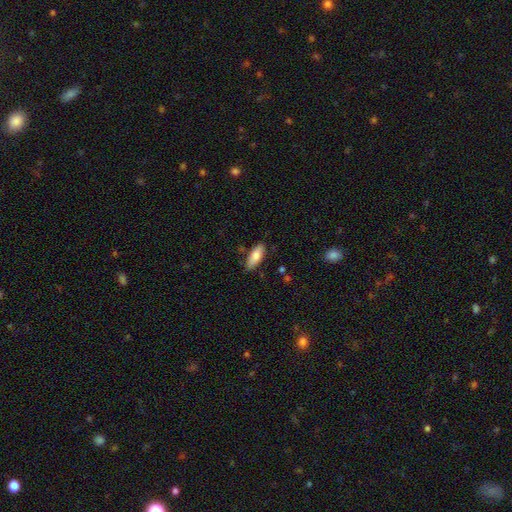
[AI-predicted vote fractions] Overall: smooth (82%). How rounded: in between (76%). Merging: none (80%).